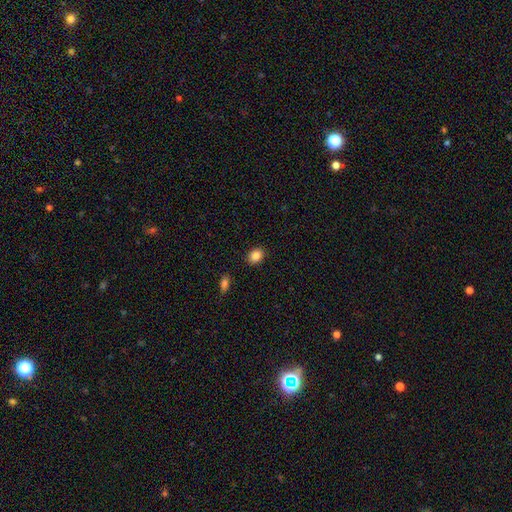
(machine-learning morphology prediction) Smooth or featured?
  - smooth: 86% *
  - star or artifact: 9%
  - featured or disk: 4%
How rounded?
  - in between: 61% *
  - round: 38%
  - cigar-shaped: 1%
Merging?
  - none: 88% *
  - minor disturbance: 8%
  - major disturbance: 2%
  - merger: 2%